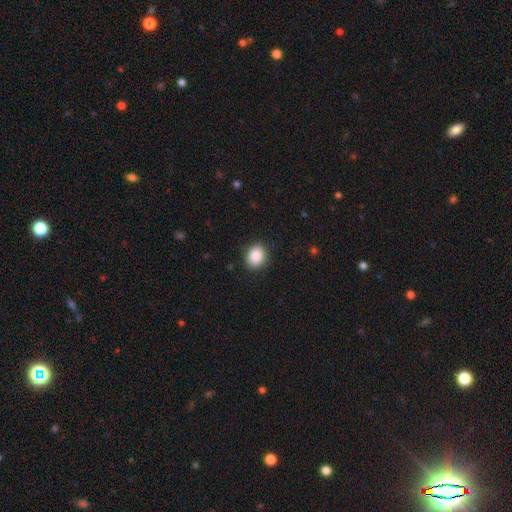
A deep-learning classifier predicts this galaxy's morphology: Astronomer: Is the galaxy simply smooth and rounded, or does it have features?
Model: smooth — 87%.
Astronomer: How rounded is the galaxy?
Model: in between — 51% (runner-up: round, 48%).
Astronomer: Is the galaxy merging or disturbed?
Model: none — 89%.